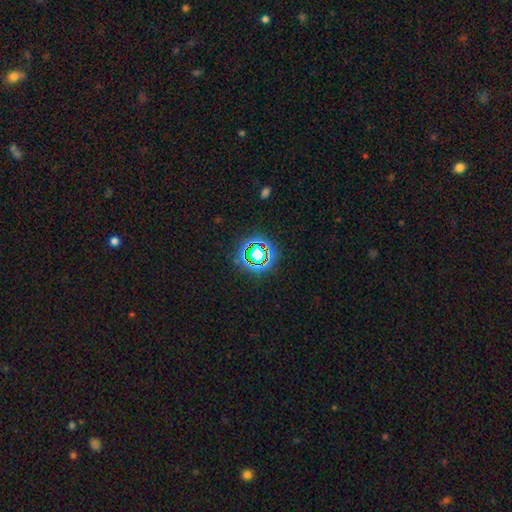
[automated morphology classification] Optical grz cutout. It shows a star or artifact, not a galaxy (65%).